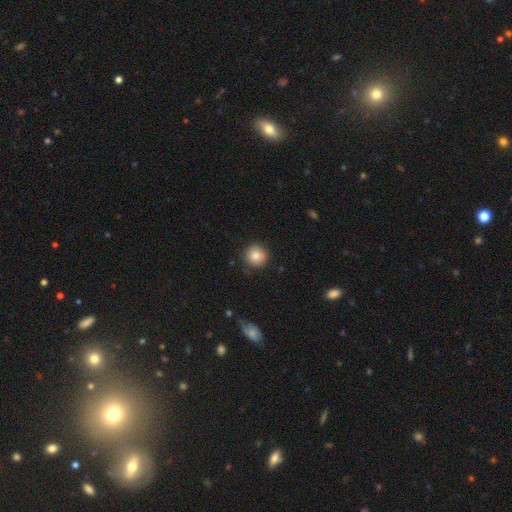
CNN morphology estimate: A smooth galaxy with no disk features (81%) that is round (94%).

Vote fractions:
- Smooth or featured? smooth: 81% / star or artifact: 10% / featured or disk: 9%
- How rounded? round: 94% / in between: 6% / cigar-shaped: 1%
- Merging? none: 87% / minor disturbance: 9% / major disturbance: 2% / merger: 1%